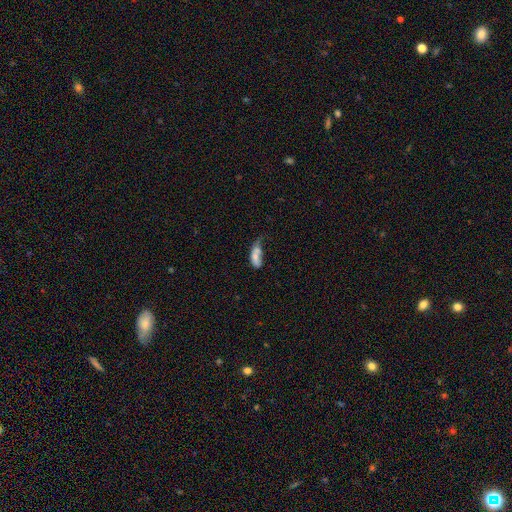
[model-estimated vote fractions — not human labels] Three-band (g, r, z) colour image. It shows a smooth galaxy with no disk features (62%) that is in between round and cigar-shaped (78%). Merging: merger (31%).